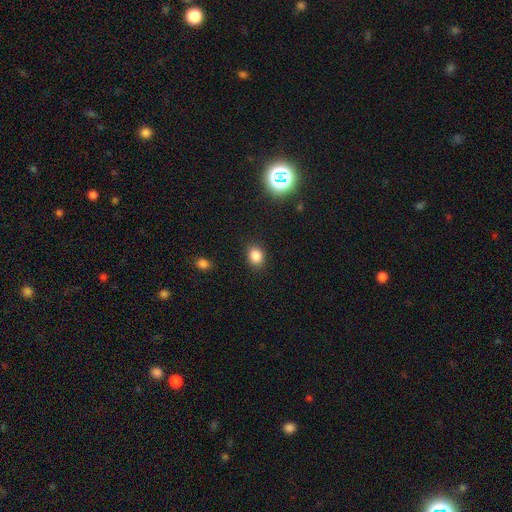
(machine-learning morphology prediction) smooth-or-featured: smooth: 83% | star or artifact: 12% | featured or disk: 4%
  how-rounded: in between: 53% | round: 46% | cigar-shaped: 1%
  merging: none: 86% | minor disturbance: 9% | major disturbance: 3% | merger: 1%